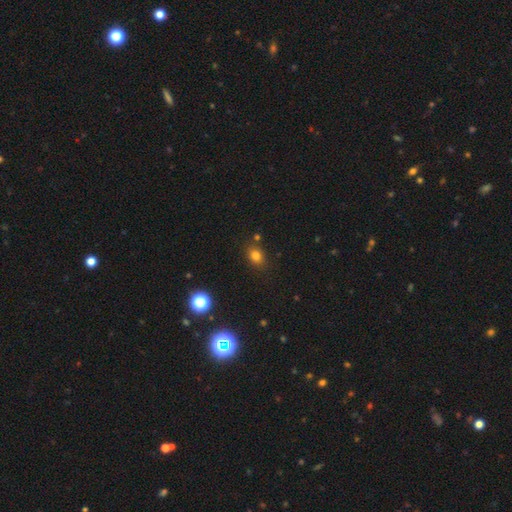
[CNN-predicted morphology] Smooth or featured? Predicted: smooth (p=0.77). How rounded? Predicted: in between (p=0.51). Merging? Predicted: none (p=0.80).